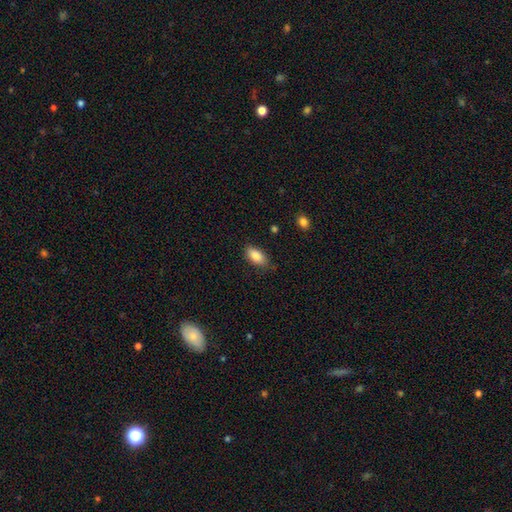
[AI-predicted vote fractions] A smooth galaxy with no disk features (87%) that is in between round and cigar-shaped (91%). Merging: none (82%).